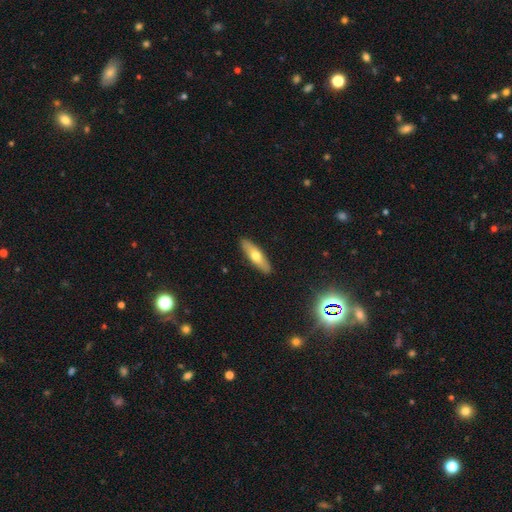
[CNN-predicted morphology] type=smooth (57%); roundness=cigar-shaped (61%); merging=none (90%).